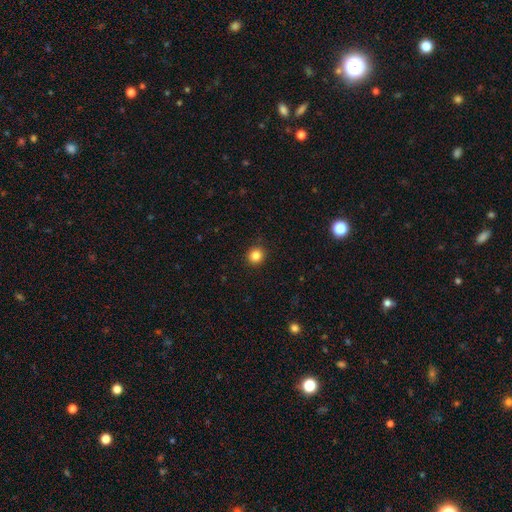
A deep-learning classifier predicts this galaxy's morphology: Smooth or featured? Predicted: smooth (p=0.84). How rounded? Predicted: round (p=0.92). Merging? Predicted: none (p=0.92).